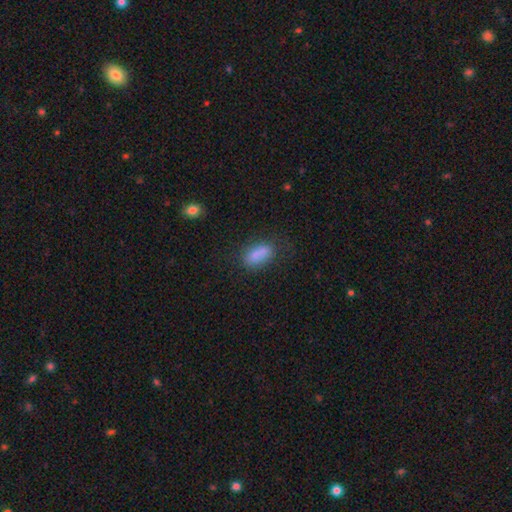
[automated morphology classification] This appears to be a smooth galaxy with no disk features (82%) that is in between round and cigar-shaped (84%). Merging: none (68%).